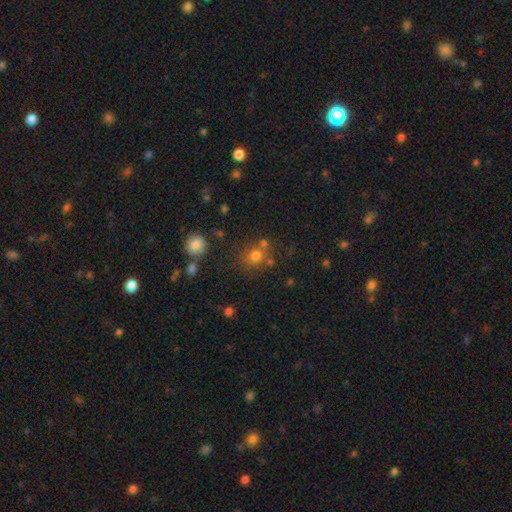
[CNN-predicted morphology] smooth-or-featured: smooth: 72% | star or artifact: 18% | featured or disk: 10%
  how-rounded: round: 80% | in between: 19% | cigar-shaped: 1%
  merging: none: 65% | merger: 17% | minor disturbance: 12% | major disturbance: 5%